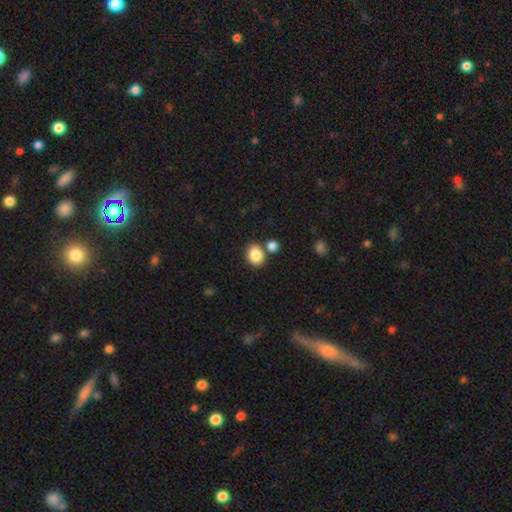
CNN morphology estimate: Smooth or featured? smooth (86%)
How rounded? in between (50%)
Merging? none (69%)